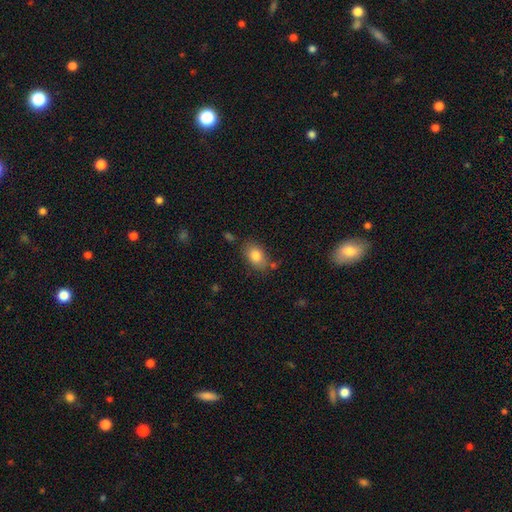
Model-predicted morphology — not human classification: Smooth or featured? Predicted: smooth (p=0.82). How rounded? Predicted: in between (p=0.83). Merging? Predicted: none (p=0.74).